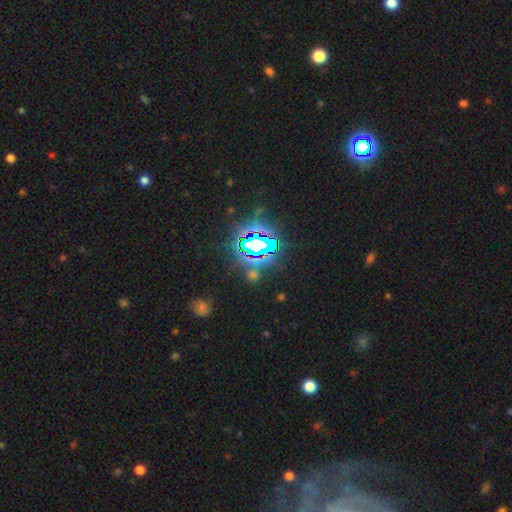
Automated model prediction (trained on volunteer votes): A star or artifact, not a galaxy (81%).

Vote fractions:
- Smooth or featured? star or artifact: 81% / smooth: 11% / featured or disk: 8%